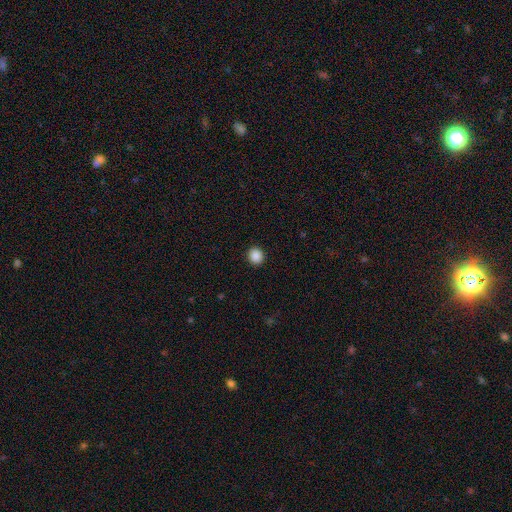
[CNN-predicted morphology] Smooth or featured? smooth (88%)
How rounded? round (88%)
Merging? none (93%)